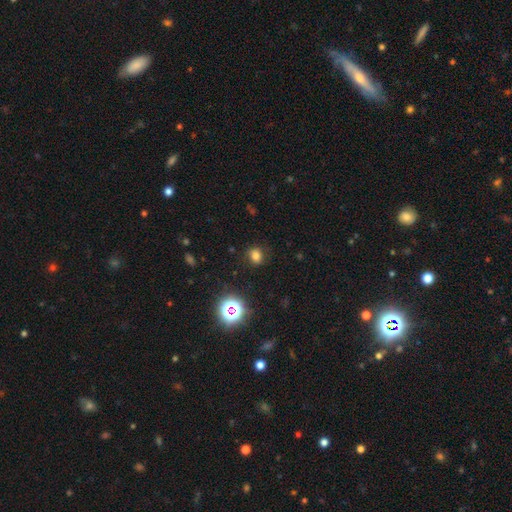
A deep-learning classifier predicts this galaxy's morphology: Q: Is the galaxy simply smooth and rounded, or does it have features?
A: smooth — 73%.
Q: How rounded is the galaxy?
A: round — 59%.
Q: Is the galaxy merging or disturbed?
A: none — 83%.